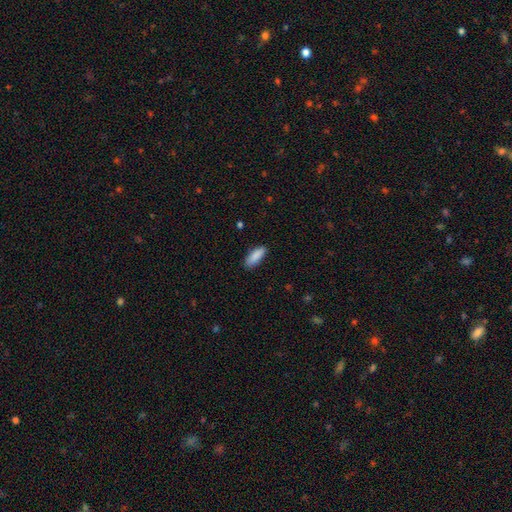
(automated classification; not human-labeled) This appears to be a smooth galaxy with no disk features (89%) that is in between round and cigar-shaped (72%). Merging: none (84%).